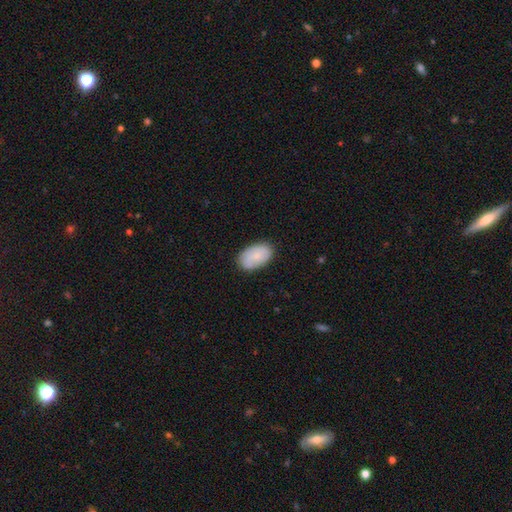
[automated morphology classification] Overall: smooth (78%). How rounded: in between (92%). Merging: none (83%).